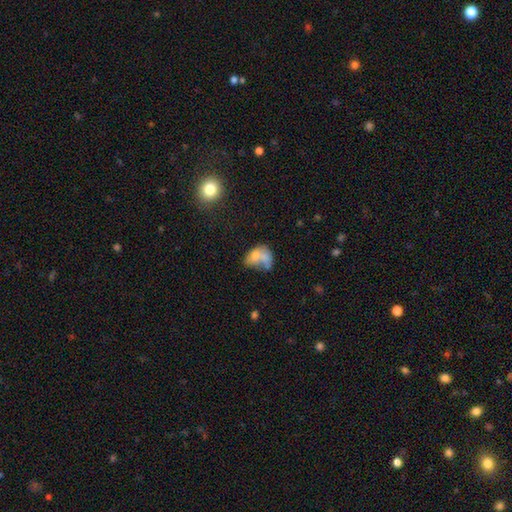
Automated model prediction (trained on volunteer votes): Overall: smooth (64%; featured or disk 25%). How rounded: in between (72%). Merging: merger (55%; none 19%).